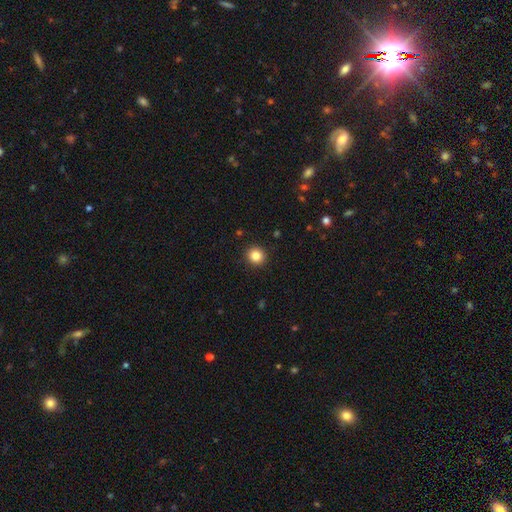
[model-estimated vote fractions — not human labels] Smooth or featured: smooth — 84% (star or artifact — 11%)
How rounded: round — 93% (in between — 7%)
Merging: none — 93% (minor disturbance — 5%)